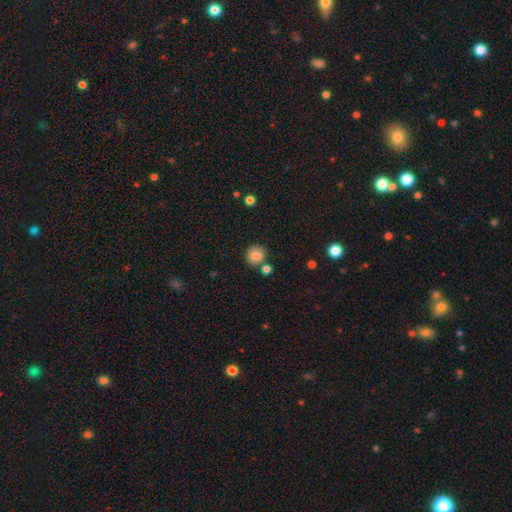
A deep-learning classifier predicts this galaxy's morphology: The model was most divided on "merging": none: 76%, merger: 12%, minor disturbance: 9%, major disturbance: 3%. More confident: how rounded — round (91%); smooth or featured — smooth (84%).